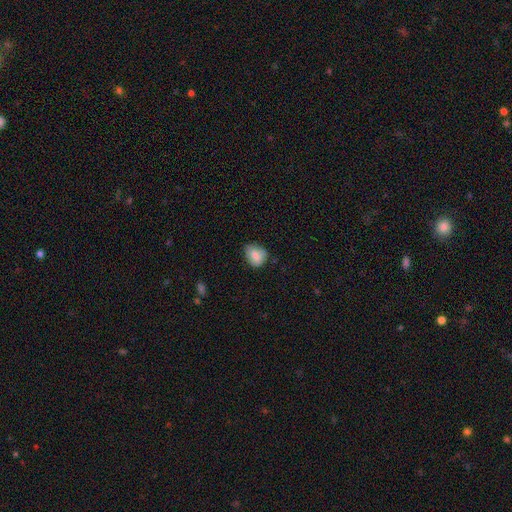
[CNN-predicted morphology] smooth 80%, featured or disk 12%, star or artifact 8%. Down the decision tree: how rounded — in between (52%); merging — none (64%).